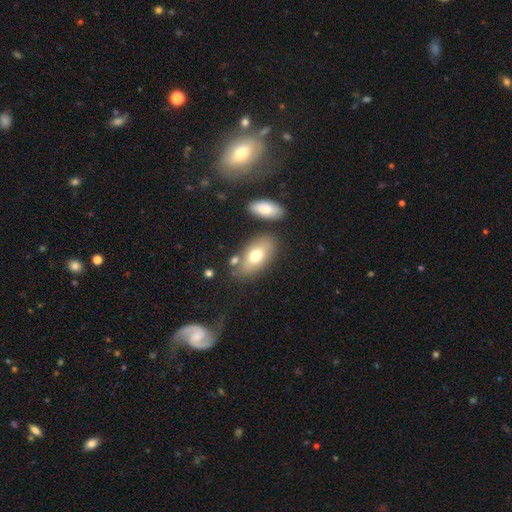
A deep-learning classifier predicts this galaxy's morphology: Smooth or featured: smooth — 72% (featured or disk — 20%)
How rounded: in between — 89% (round — 6%)
Merging: none — 69% (minor disturbance — 15%)